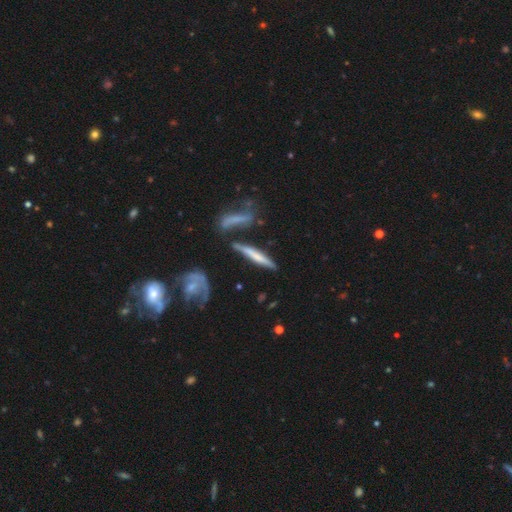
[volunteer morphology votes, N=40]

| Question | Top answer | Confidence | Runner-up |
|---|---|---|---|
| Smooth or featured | featured or disk | 55% | smooth (42%) |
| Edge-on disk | yes | 95% | no (5%) |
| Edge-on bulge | none | 38% | rounded (33%) |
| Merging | none | 69% | minor disturbance (21%) |